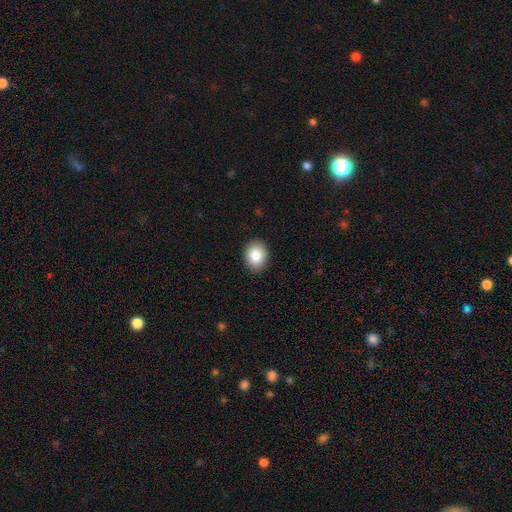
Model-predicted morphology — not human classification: This is clearly a smooth galaxy (86%). How rounded: likely in between (60%). Merging: clearly none (90%).